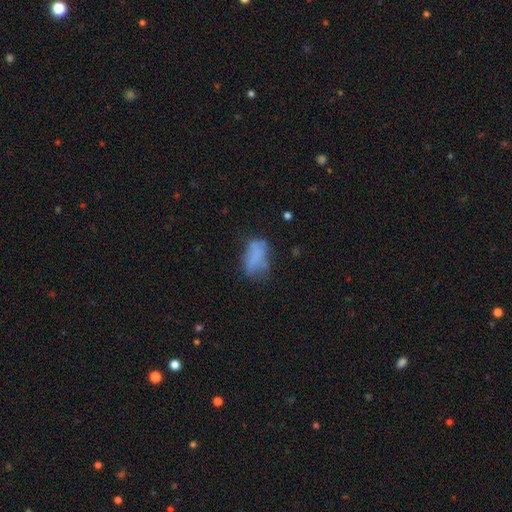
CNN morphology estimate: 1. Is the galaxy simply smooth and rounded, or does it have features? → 64% smooth, 24% featured or disk, 12% star or artifact.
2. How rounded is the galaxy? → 87% in between, 7% round, 6% cigar-shaped.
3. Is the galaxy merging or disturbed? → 39% none, 30% minor disturbance, 24% major disturbance, 6% merger.